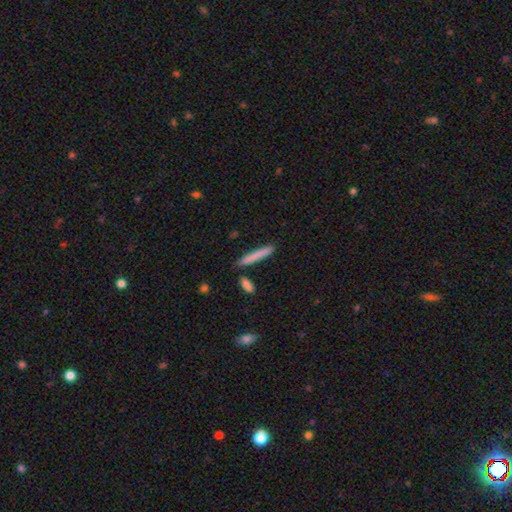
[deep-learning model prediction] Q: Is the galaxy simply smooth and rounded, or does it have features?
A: smooth — 79%.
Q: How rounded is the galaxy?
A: cigar-shaped — 95%.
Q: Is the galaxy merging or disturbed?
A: none — 84%.